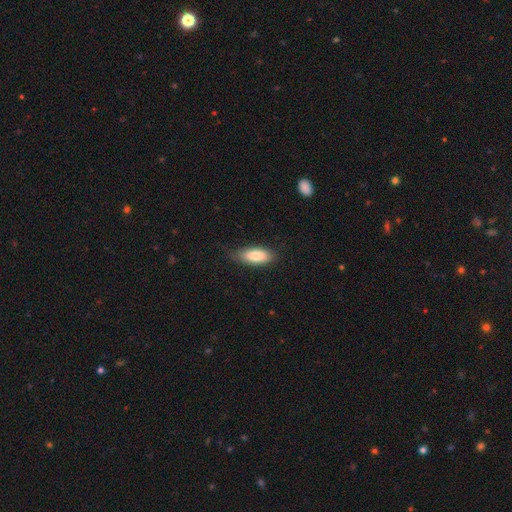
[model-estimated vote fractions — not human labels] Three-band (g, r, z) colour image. It shows a smooth galaxy with no disk features (82%) that is in between round and cigar-shaped (80%). Merging: none (75%).